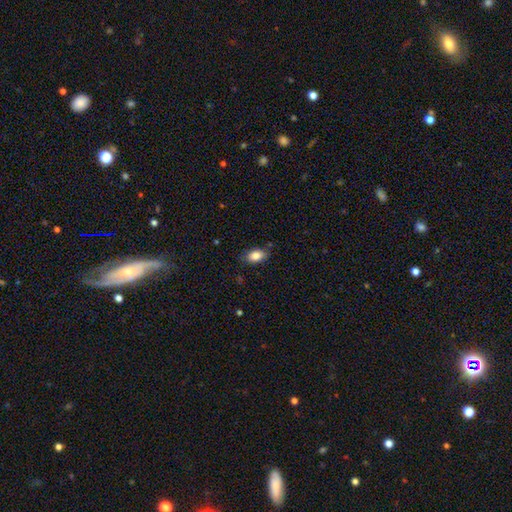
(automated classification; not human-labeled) Smooth or featured? smooth (84%)
How rounded? in between (90%)
Merging? none (80%)